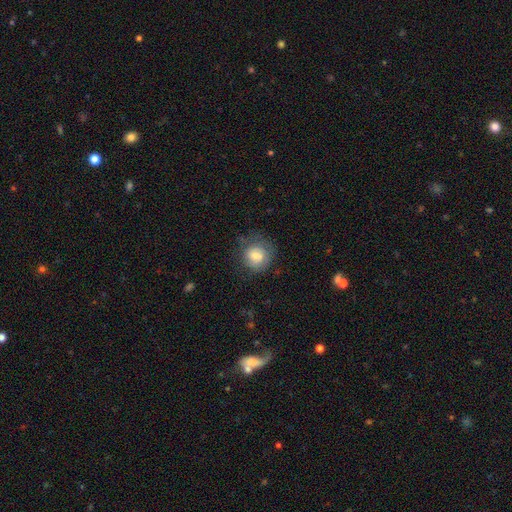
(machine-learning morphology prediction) The model was most divided on "merging": none: 68%, minor disturbance: 21%, major disturbance: 9%, merger: 2%. More confident: how rounded — round (86%); smooth or featured — smooth (73%).